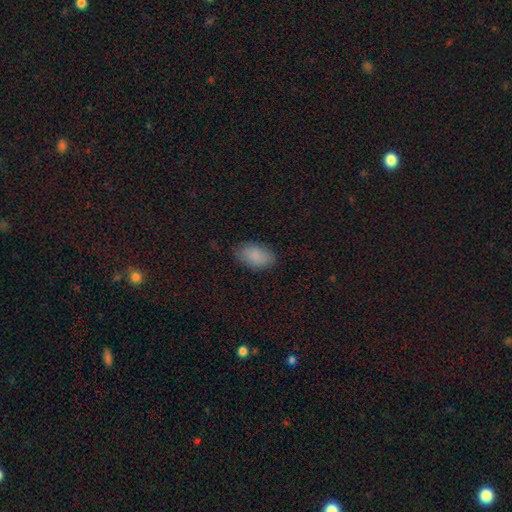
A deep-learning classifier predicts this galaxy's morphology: This appears to be a smooth galaxy with no disk features (88%) that is in between round and cigar-shaped (93%). Merging: none (84%).